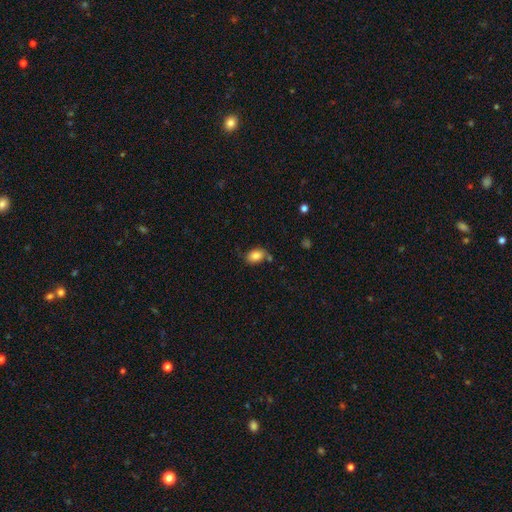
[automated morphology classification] A smooth galaxy with no disk features (83%) that is in between round and cigar-shaped (84%). Merging: none (66%).